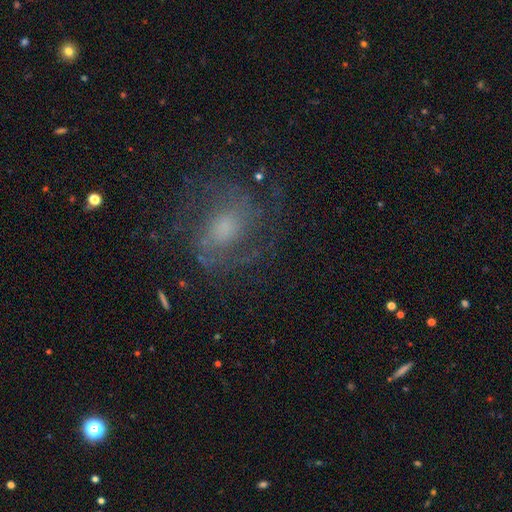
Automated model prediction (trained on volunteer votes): A featured or disk galaxy (73%) with no bar (51%), 2 (54%) medium (46%) spiral arms (93%) and a moderate central bulge (43%).

Vote fractions:
- Smooth or featured? featured or disk: 73% / star or artifact: 15% / smooth: 12%
- Edge-on disk? no: 97% / yes: 3%
- Bar? no: 51% / weak: 39% / strong: 10%
- Spiral arms? yes: 93% / no: 7%
- Spiral winding? medium: 46% / tight: 39% / loose: 15%
- Spiral arm count? 2: 54% / can't tell: 23% / 3: 10% / 1: 5% / 4: 4% / more than 4: 4%
- Bulge size? moderate: 43% / small: 31% / large: 14% / none: 10% / dominant: 2%
- Merging? none: 75% / minor disturbance: 14% / major disturbance: 10% / merger: 1%